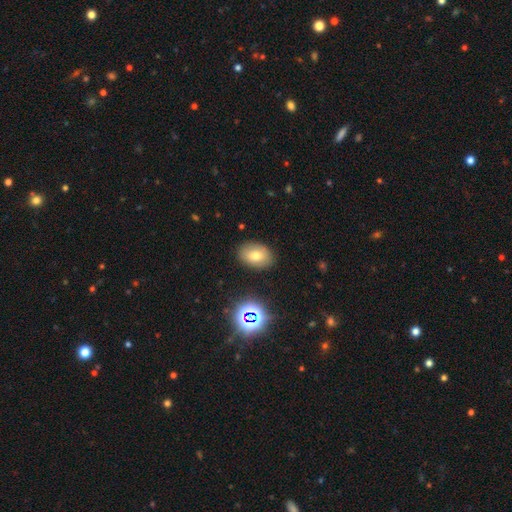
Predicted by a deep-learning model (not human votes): This appears to be a smooth galaxy with no disk features (72%) that is in between round and cigar-shaped (81%). Merging: none (86%).